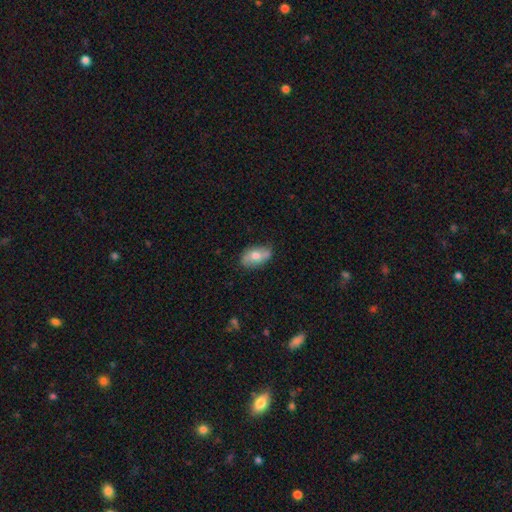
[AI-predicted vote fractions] The model was most divided on "smooth or featured": smooth: 59%, featured or disk: 34%, star or artifact: 7%. More confident: how rounded — in between (90%); merging — none (73%).